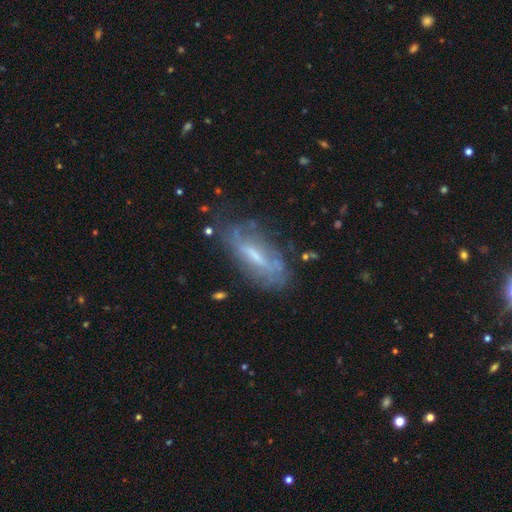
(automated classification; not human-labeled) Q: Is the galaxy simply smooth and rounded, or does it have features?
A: featured or disk — 63%.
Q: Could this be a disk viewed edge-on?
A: no — 74%.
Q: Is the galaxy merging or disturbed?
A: none — 65%.